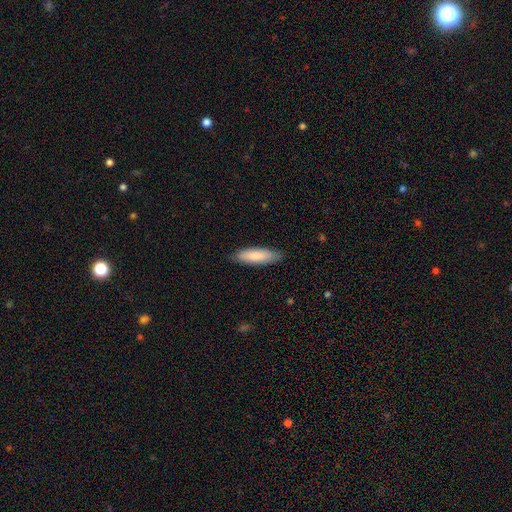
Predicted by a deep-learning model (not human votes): Smooth or featured? smooth (84%)
How rounded? cigar-shaped (59%)
Merging? none (86%)